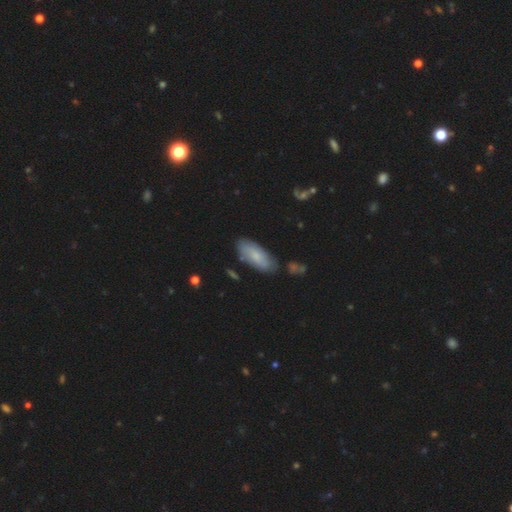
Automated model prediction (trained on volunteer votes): Overall: smooth (67%). How rounded: in between (82%). Merging: none (74%).